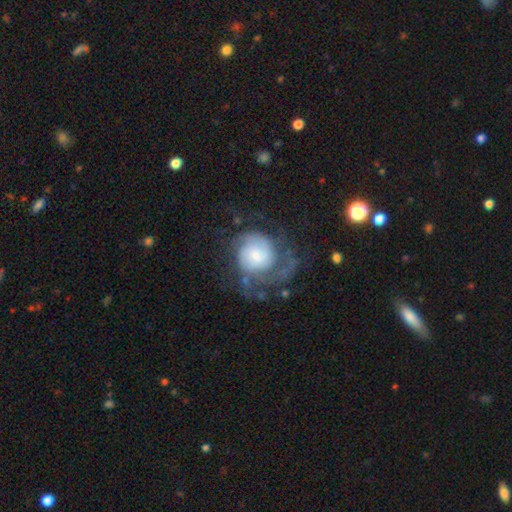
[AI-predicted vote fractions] Overall: featured or disk (72%). Edge-on disk: no (98%). Bar: no (67%; weak 28%). Spiral arms: yes (91%). Spiral arm count: 2 (46%; can't tell 23%). Spiral winding: tight (40%; medium 39%). Bulge size: small (49%; moderate 26%). Merging: none (51%; major disturbance 28%).